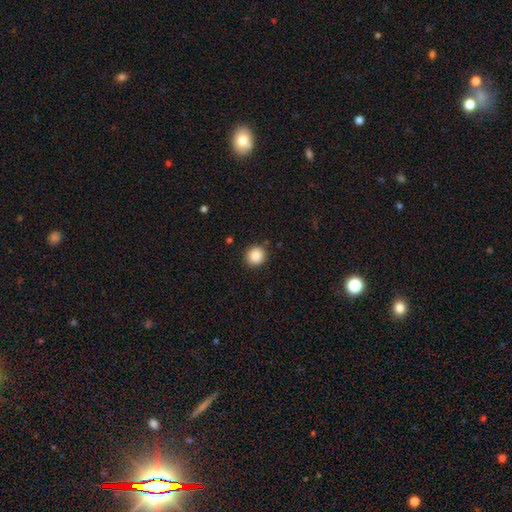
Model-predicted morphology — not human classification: This is clearly a smooth galaxy (88%). How rounded: clearly round (92%). Merging: clearly none (90%).